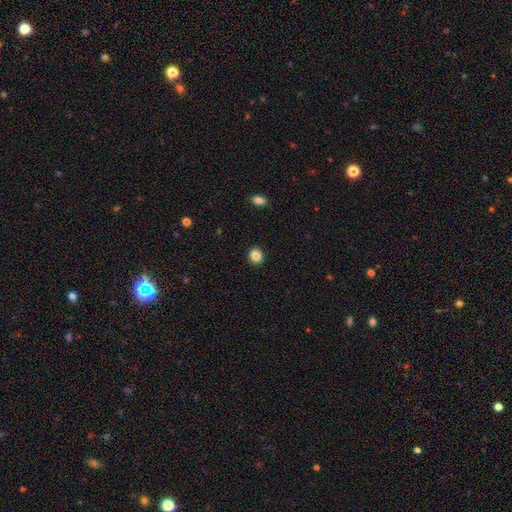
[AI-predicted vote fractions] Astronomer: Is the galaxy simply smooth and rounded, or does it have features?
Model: smooth — 86%.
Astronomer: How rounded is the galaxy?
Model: round — 87%.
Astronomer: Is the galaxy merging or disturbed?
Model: none — 92%.